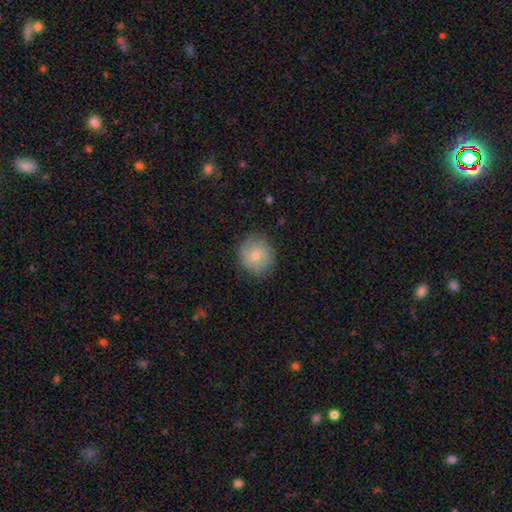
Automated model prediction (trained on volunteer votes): Q: Smooth or featured?
A: smooth (66%); runner-up: featured or disk (27%)
Q: How rounded?
A: round (83%); runner-up: in between (16%)
Q: Merging?
A: none (78%); runner-up: minor disturbance (16%)